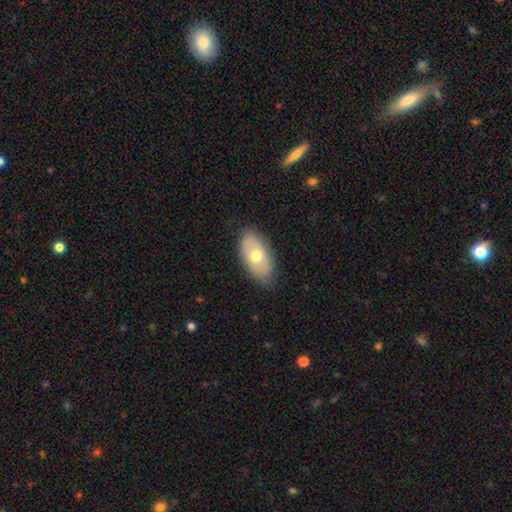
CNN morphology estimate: The model was most divided on "smooth or featured": smooth: 61%, featured or disk: 32%, star or artifact: 6%. More confident: how rounded — in between (93%); merging — none (83%).